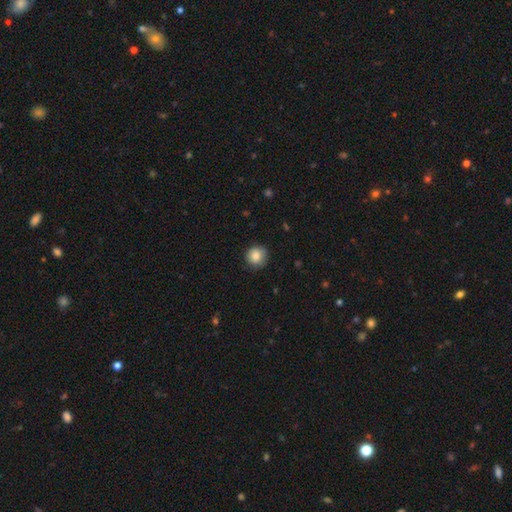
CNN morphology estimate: smooth_or_featured: smooth (p=0.86) [alt: star or artifact p=0.08]
how_rounded: round (p=0.91) [alt: in between p=0.08]
merging: none (p=0.82) [alt: minor disturbance p=0.14]